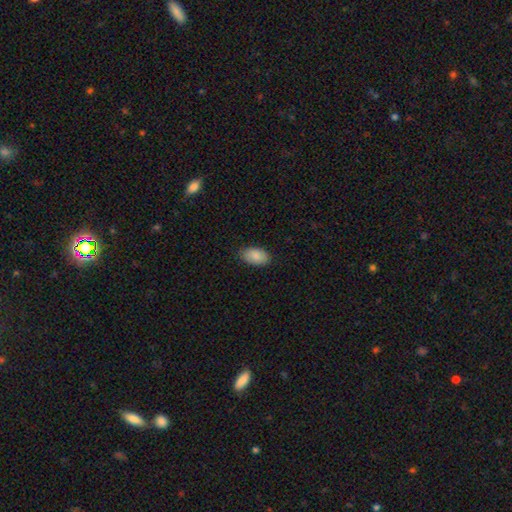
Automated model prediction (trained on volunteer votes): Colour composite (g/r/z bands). It shows a smooth galaxy with no disk features (88%) that is in between round and cigar-shaped (94%). Merging: none (86%).